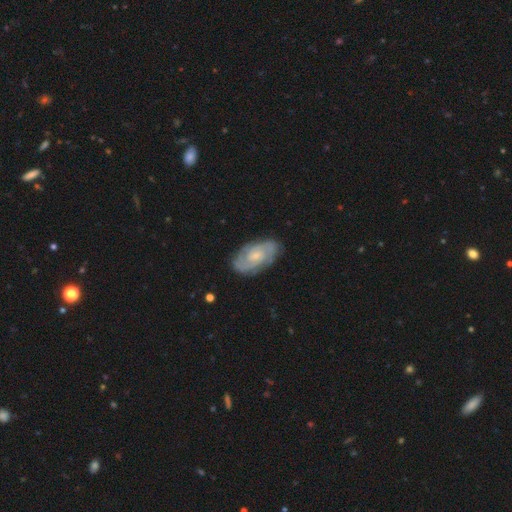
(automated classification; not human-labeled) Overall: featured or disk (82%). Edge-on disk: no (96%). Bar: no (60%; weak 35%). Spiral arms: yes (96%). Spiral arm count: 2 (60%). Spiral winding: tight (62%; medium 31%). Bulge size: small (64%; moderate 25%). Merging: none (81%).